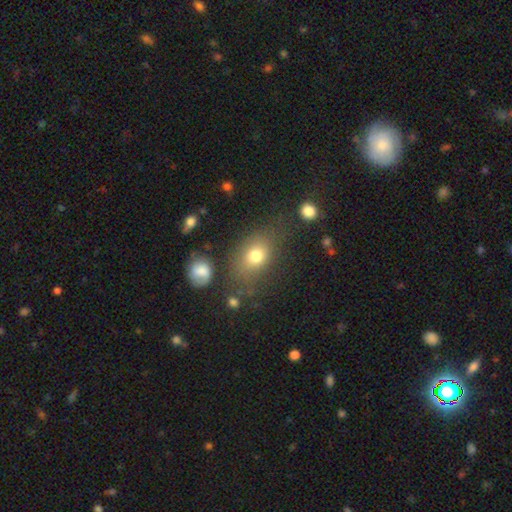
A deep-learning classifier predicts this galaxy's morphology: smooth 75%, star or artifact 13%, featured or disk 12%. Down the decision tree: how rounded — in between (64%); merging — none (66%).